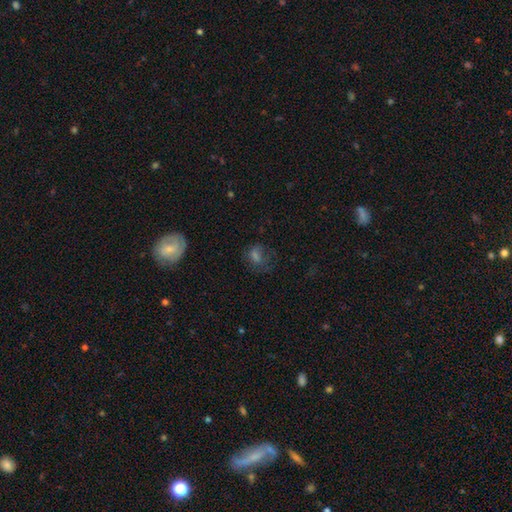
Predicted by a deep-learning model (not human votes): Smooth or featured? smooth (49%)
Merging? none (59%)